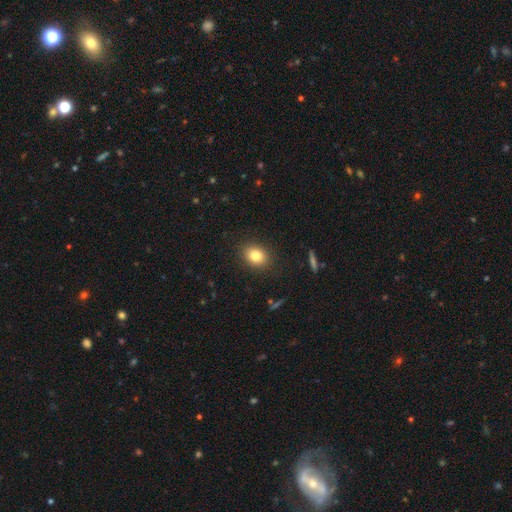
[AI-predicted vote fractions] This is clearly a smooth galaxy (81%). How rounded: possibly in between (56%). Merging: clearly none (88%).